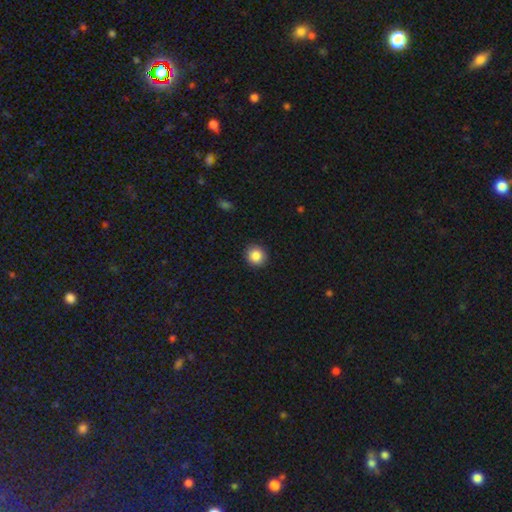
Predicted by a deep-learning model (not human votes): smooth_or_featured: smooth (p=0.86) [alt: star or artifact p=0.09]
how_rounded: round (p=0.88) [alt: in between p=0.11]
merging: none (p=0.92) [alt: minor disturbance p=0.06]